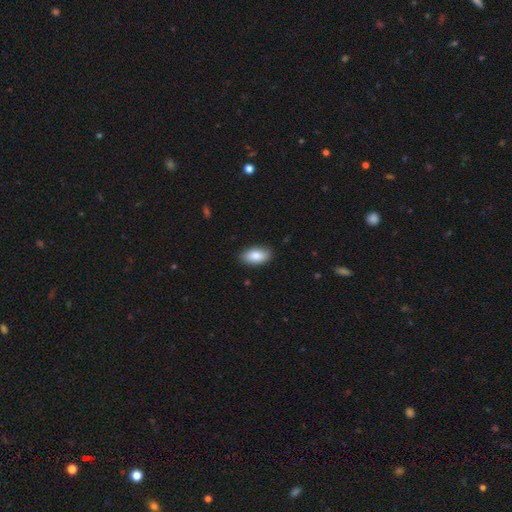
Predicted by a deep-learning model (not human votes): Smooth or featured?
  - smooth: 84% *
  - featured or disk: 10%
  - star or artifact: 6%
How rounded?
  - in between: 93% *
  - round: 3%
  - cigar-shaped: 3%
Merging?
  - none: 88% *
  - minor disturbance: 9%
  - major disturbance: 2%
  - merger: 1%